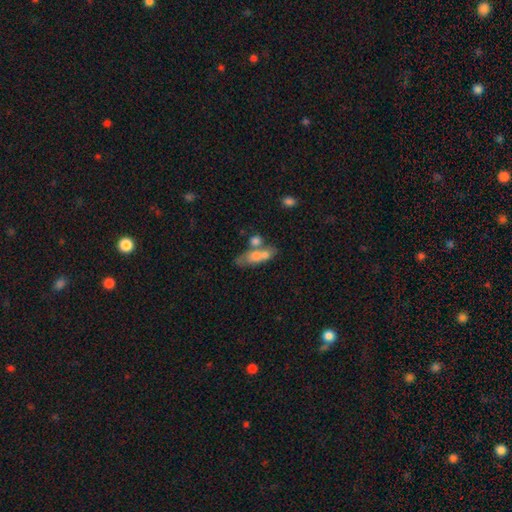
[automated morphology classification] smooth 64%, featured or disk 27%, star or artifact 9%. Down the decision tree: how rounded — in between (65%); merging — merger (48%).